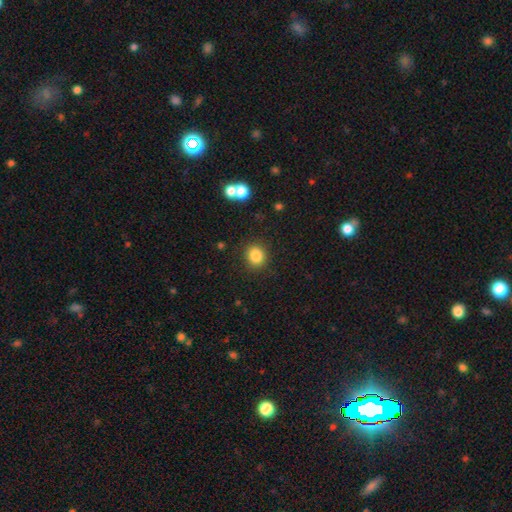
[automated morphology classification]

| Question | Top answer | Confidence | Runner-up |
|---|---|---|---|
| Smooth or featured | smooth | 85% | star or artifact (11%) |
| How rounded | round | 78% | in between (21%) |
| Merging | none | 87% | minor disturbance (7%) |